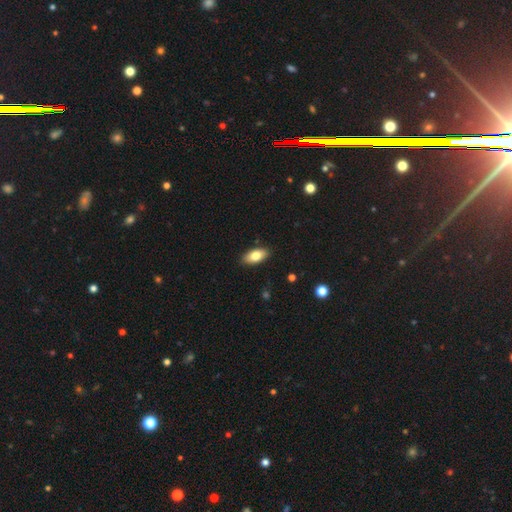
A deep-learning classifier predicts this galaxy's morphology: A smooth galaxy with no disk features (80%) that is in between round and cigar-shaped (90%).

Vote fractions:
- Smooth or featured? smooth: 80% / featured or disk: 13% / star or artifact: 7%
- How rounded? in between: 90% / cigar-shaped: 7% / round: 3%
- Merging? none: 88% / minor disturbance: 9% / major disturbance: 2% / merger: 1%